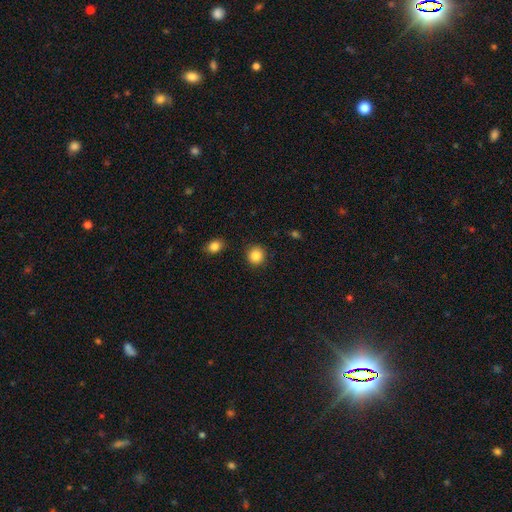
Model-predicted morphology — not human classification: Q: Smooth or featured?
A: smooth (86%); runner-up: star or artifact (10%)
Q: How rounded?
A: round (91%); runner-up: in between (8%)
Q: Merging?
A: none (89%); runner-up: minor disturbance (7%)